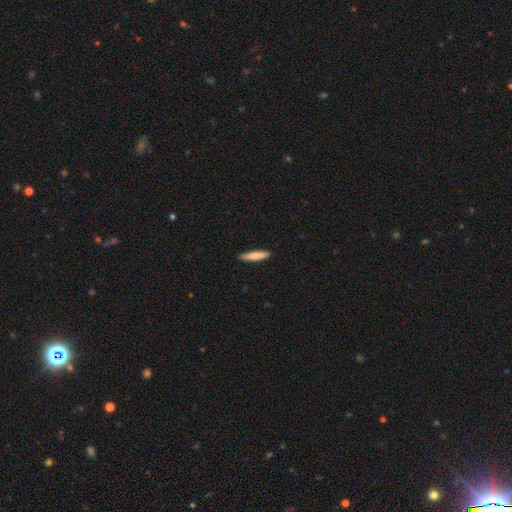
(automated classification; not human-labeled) Smooth or featured? Predicted: smooth (p=0.80). How rounded? Predicted: cigar-shaped (p=0.85). Merging? Predicted: none (p=0.89).